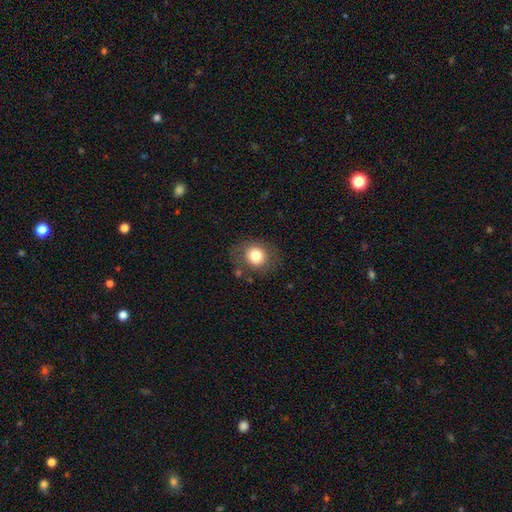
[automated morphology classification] Smooth or featured?
  - smooth: 77% *
  - featured or disk: 13%
  - star or artifact: 10%
How rounded?
  - round: 72% *
  - in between: 27%
  - cigar-shaped: 1%
Merging?
  - none: 79% *
  - minor disturbance: 13%
  - major disturbance: 6%
  - merger: 2%